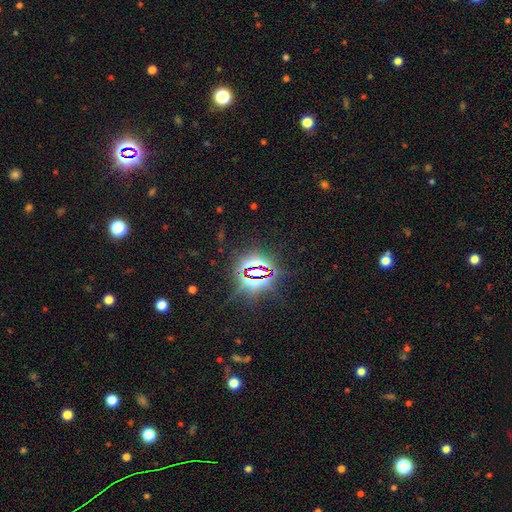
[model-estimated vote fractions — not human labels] Smooth or featured?
  - star or artifact: 84% *
  - smooth: 9%
  - featured or disk: 8%